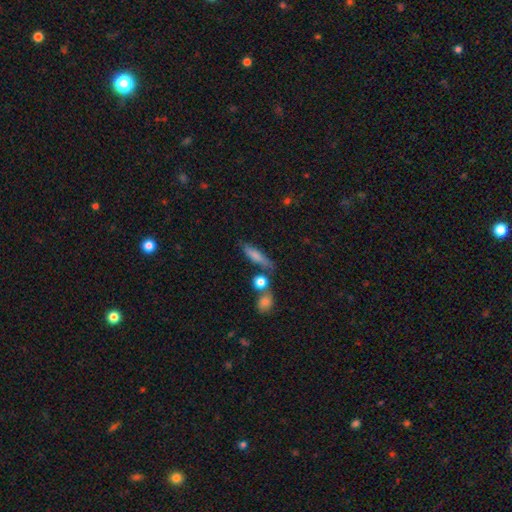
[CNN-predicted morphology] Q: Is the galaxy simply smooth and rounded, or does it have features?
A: smooth — 74%.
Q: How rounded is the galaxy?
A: cigar-shaped — 64%.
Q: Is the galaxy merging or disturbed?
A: none — 62%.